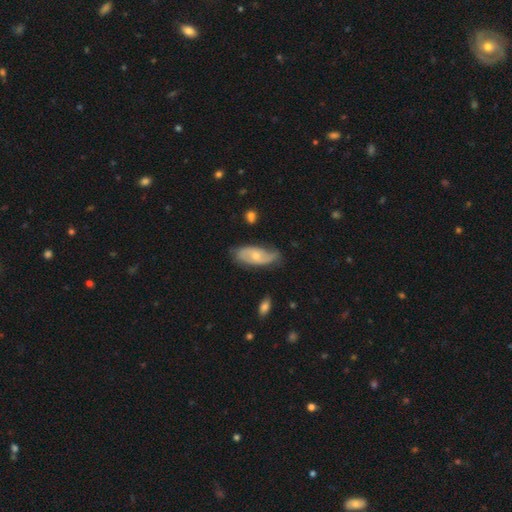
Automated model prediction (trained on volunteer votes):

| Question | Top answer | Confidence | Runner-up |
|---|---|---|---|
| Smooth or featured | featured or disk | 60% | smooth (34%) |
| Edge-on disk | no | 88% | yes (12%) |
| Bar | no | 68% | weak (26%) |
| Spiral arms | yes | 81% | no (19%) |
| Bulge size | moderate | 50% | small (45%) |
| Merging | none | 62% | minor disturbance (28%) |